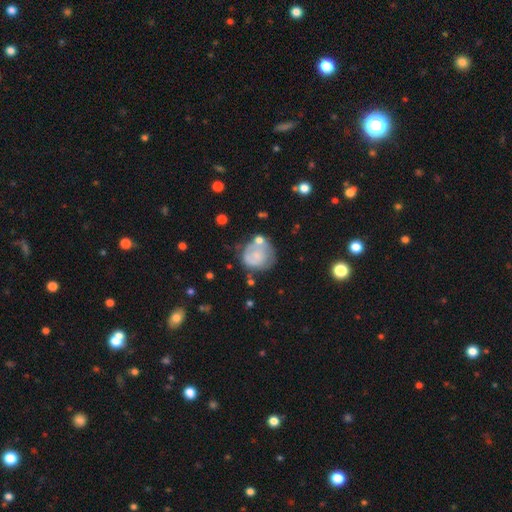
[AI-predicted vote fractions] This is possibly a smooth galaxy (53%). How rounded: likely round (79%). Merging: possibly none (45%).